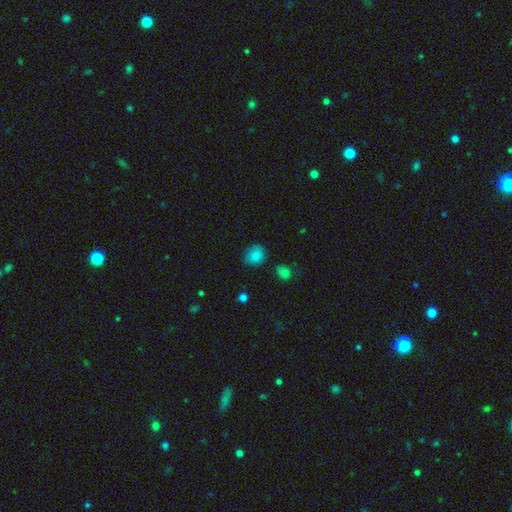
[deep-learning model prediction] Smooth or featured?
  - smooth: 84% *
  - star or artifact: 11%
  - featured or disk: 5%
How rounded?
  - round: 73% *
  - in between: 26%
  - cigar-shaped: 1%
Merging?
  - none: 72% *
  - minor disturbance: 20%
  - major disturbance: 5%
  - merger: 3%